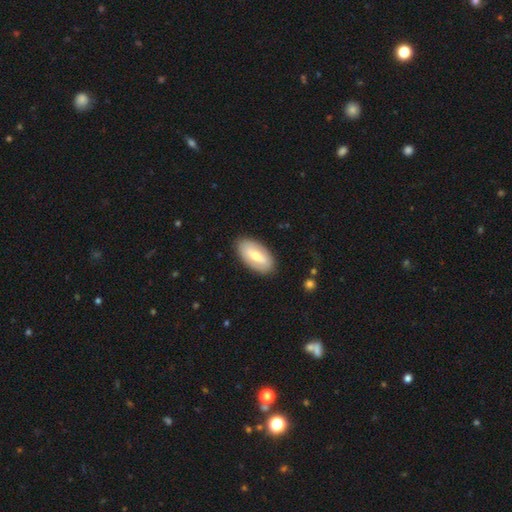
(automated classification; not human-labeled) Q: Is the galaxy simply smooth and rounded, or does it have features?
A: smooth — 57%.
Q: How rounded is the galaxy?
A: in between — 93%.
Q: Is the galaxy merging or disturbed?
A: none — 86%.